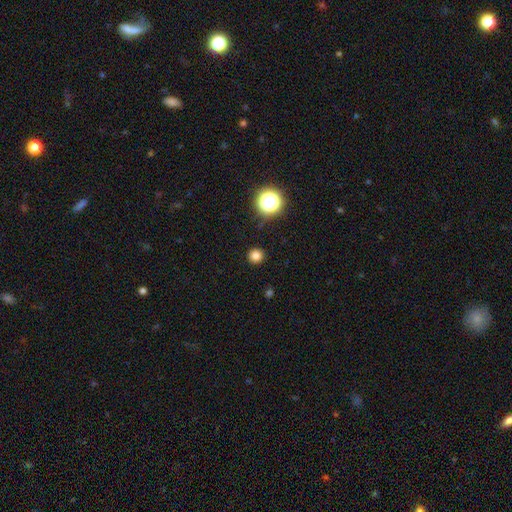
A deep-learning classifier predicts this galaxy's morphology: Smooth or featured?
  - smooth: 80% *
  - star or artifact: 16%
  - featured or disk: 4%
How rounded?
  - round: 95% *
  - in between: 4%
  - cigar-shaped: 1%
Merging?
  - none: 92% *
  - minor disturbance: 5%
  - major disturbance: 2%
  - merger: 1%